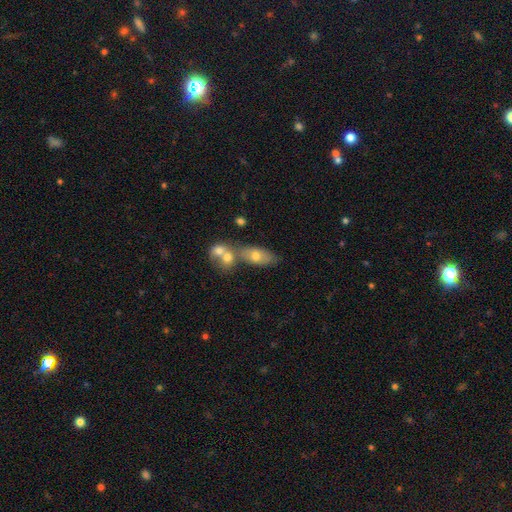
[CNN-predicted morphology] This appears to be a smooth galaxy with no disk features (68%) that is in between round and cigar-shaped (79%). Merging: merger (49%).